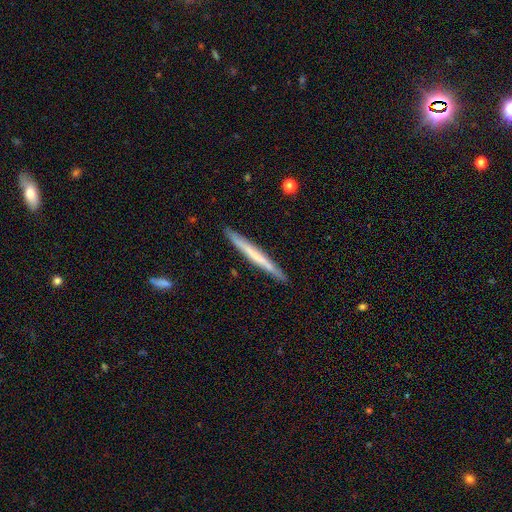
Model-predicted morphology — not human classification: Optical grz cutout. It shows a smooth galaxy with no disk features (49%). Merging: none (90%).